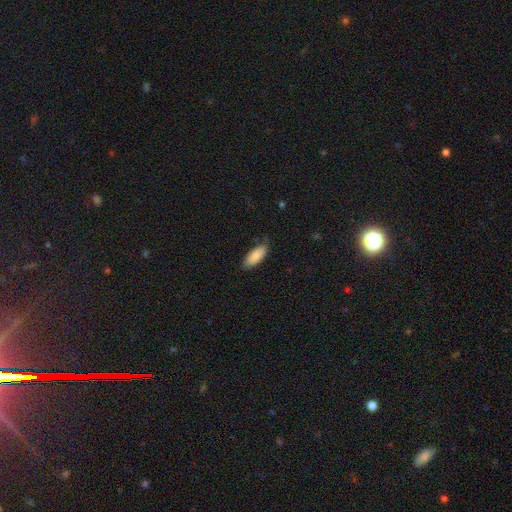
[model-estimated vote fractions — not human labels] The model was most divided on "how rounded": in between: 78%, cigar-shaped: 20%, round: 2%. More confident: smooth or featured — smooth (87%); merging — none (79%).